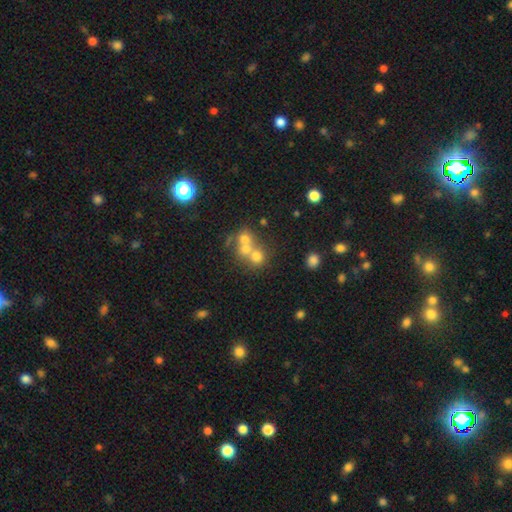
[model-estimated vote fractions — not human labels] The model was most divided on "merging": merger: 54%, none: 36%, minor disturbance: 6%, major disturbance: 4%. More confident: how rounded — round (81%); smooth or featured — smooth (60%).